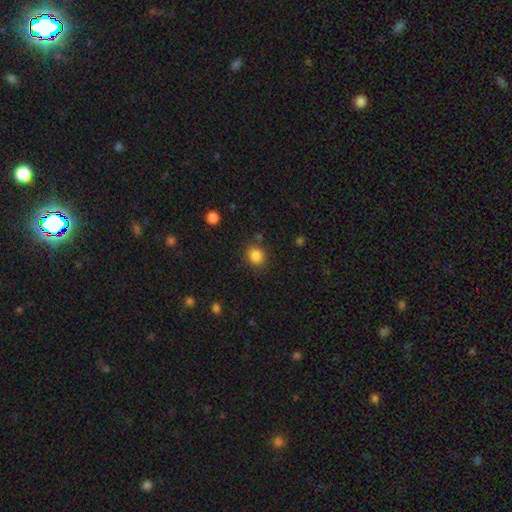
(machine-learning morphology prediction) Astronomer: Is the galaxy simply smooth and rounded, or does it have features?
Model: smooth — 85%.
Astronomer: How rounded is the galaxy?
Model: round — 78%.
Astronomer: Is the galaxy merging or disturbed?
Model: none — 84%.